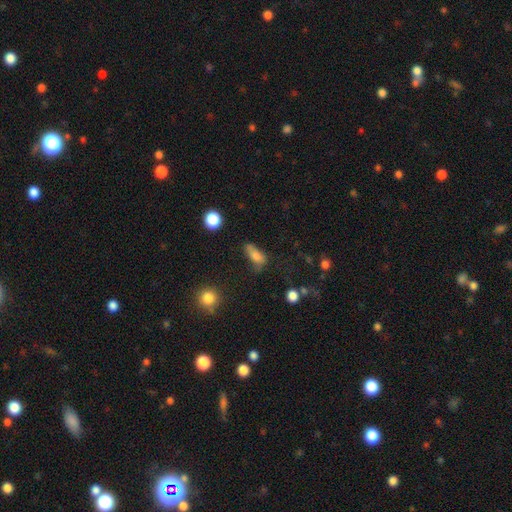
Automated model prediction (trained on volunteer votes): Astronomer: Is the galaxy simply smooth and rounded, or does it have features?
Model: smooth — 70%.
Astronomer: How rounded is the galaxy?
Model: in between — 73%.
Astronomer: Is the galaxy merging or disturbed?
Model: none — 40% (runner-up: minor disturbance, 30%).